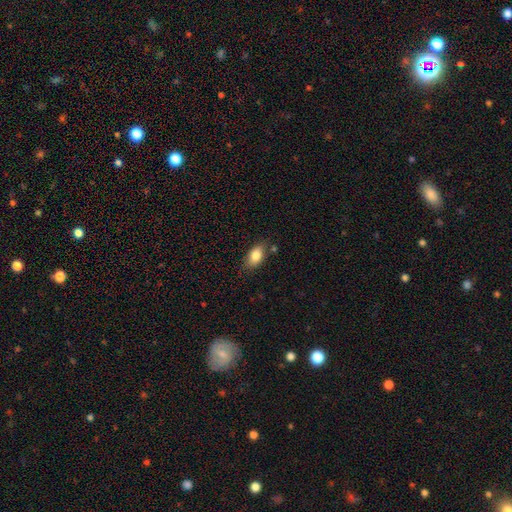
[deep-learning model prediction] Smooth or featured? Predicted: smooth (p=0.83). How rounded? Predicted: in between (p=0.88). Merging? Predicted: none (p=0.76).